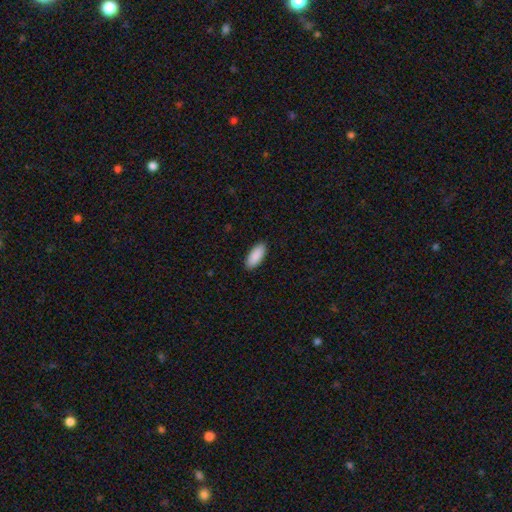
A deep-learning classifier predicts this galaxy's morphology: Overall: smooth (91%). How rounded: in between (85%). Merging: none (90%).